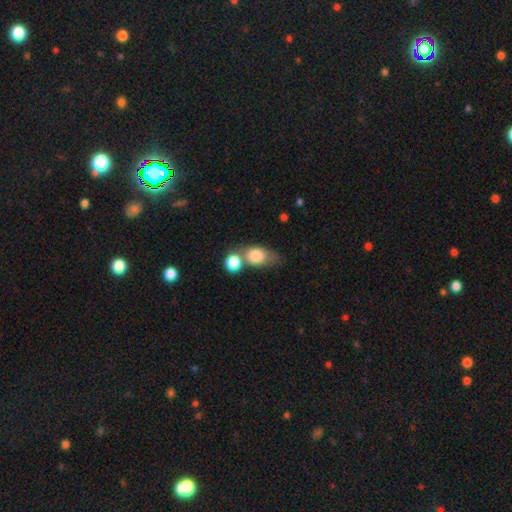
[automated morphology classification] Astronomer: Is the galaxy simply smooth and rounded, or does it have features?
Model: smooth — 78%.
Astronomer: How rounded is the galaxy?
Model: in between — 59% (runner-up: round, 37%).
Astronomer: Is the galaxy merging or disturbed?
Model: merger — 46% (runner-up: none, 32%).